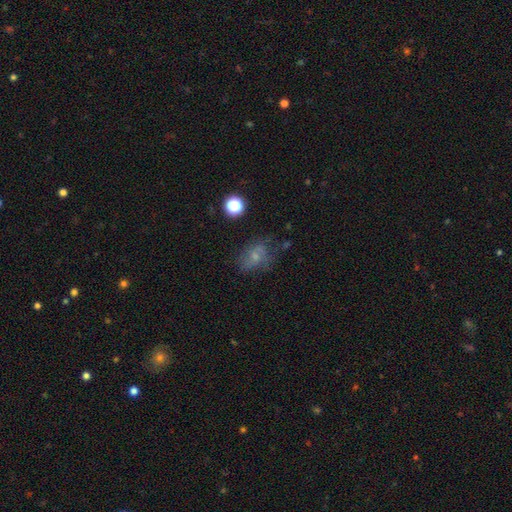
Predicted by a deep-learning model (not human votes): A smooth galaxy with no disk features (53%) that is in between round and cigar-shaped (65%).

Vote fractions:
- Smooth or featured? smooth: 53% / featured or disk: 29% / star or artifact: 18%
- How rounded? in between: 65% / round: 33% / cigar-shaped: 2%
- Merging? none: 54% / minor disturbance: 25% / major disturbance: 17% / merger: 5%